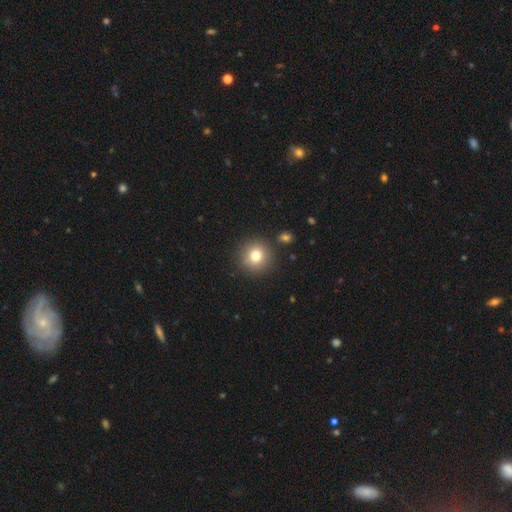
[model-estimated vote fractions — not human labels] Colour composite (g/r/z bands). It shows a smooth galaxy with no disk features (79%) that is round (93%). Merging: none (88%).